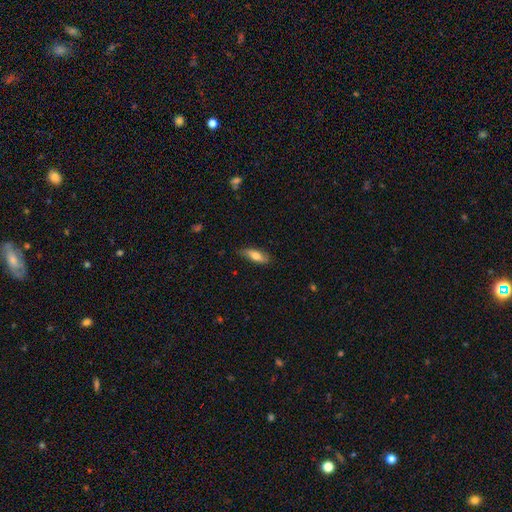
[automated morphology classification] A smooth galaxy with no disk features (68%) that is in between round and cigar-shaped (60%).

Vote fractions:
- Smooth or featured? smooth: 68% / featured or disk: 26% / star or artifact: 6%
- How rounded? in between: 60% / cigar-shaped: 37% / round: 3%
- Merging? none: 79% / minor disturbance: 17% / major disturbance: 3% / merger: 1%